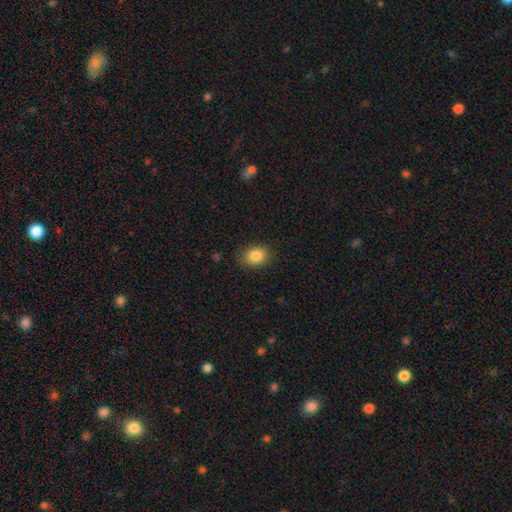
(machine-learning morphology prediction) This appears to be a smooth galaxy with no disk features (86%) that is in between round and cigar-shaped (62%). Merging: none (84%).